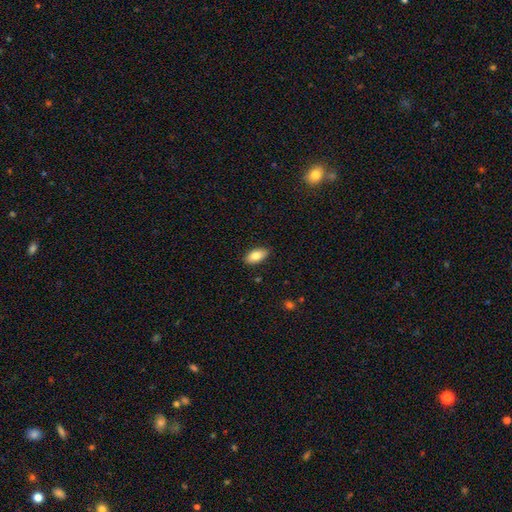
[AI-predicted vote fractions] Smooth or featured? Predicted: smooth (p=0.82). How rounded? Predicted: in between (p=0.91). Merging? Predicted: none (p=0.88).